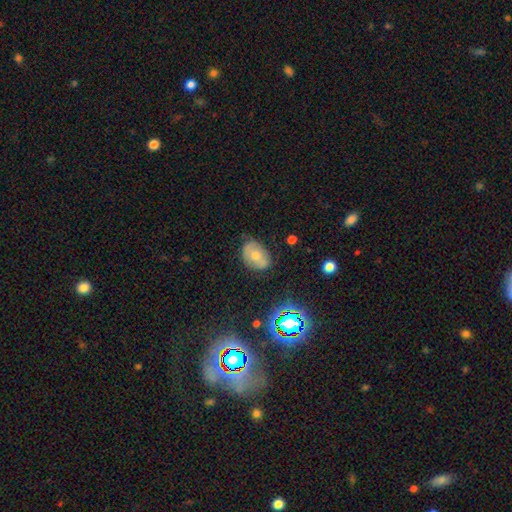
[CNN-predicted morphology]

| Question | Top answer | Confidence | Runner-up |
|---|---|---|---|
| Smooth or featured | smooth | 60% | featured or disk (29%) |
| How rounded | in between | 76% | round (22%) |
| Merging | none | 66% | minor disturbance (26%) |